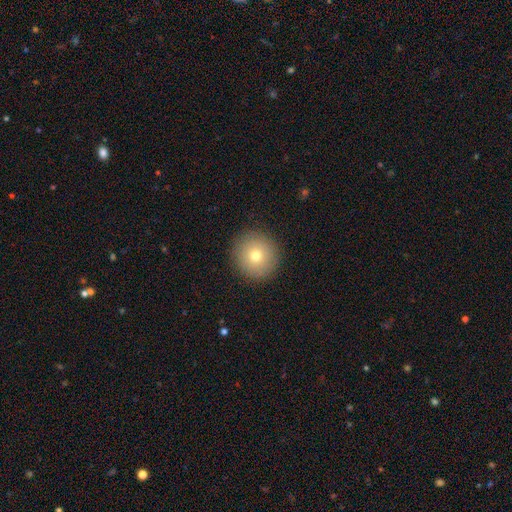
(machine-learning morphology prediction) smooth_or_featured: smooth (p=0.74) [alt: featured or disk p=0.14]
how_rounded: round (p=0.94) [alt: in between p=0.05]
merging: none (p=0.92) [alt: minor disturbance p=0.05]